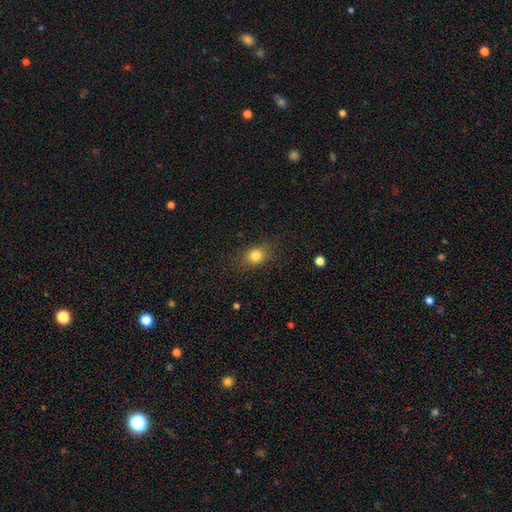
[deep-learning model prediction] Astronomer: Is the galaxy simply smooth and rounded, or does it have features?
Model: smooth — 82%.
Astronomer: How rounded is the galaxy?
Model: round — 52% (runner-up: in between, 47%).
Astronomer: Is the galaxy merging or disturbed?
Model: none — 82%.